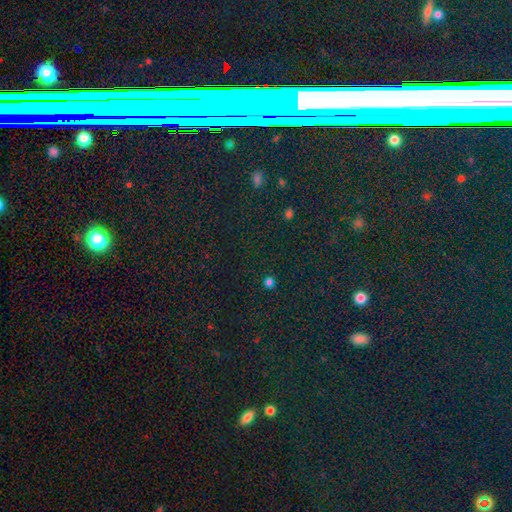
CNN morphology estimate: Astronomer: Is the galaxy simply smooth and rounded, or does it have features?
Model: star or artifact — 78%.